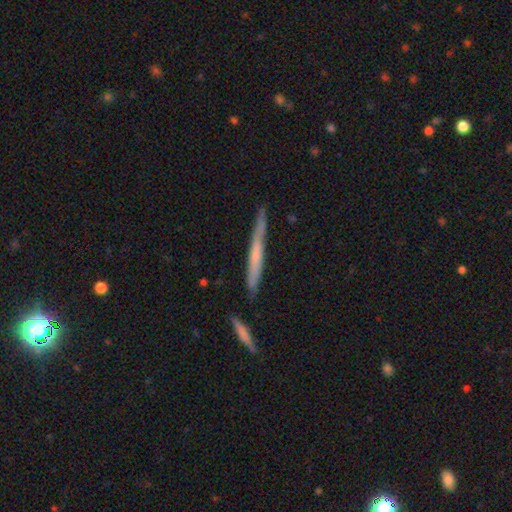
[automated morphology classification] This is possibly a featured or disk galaxy (49%). Merging: clearly none (81%).